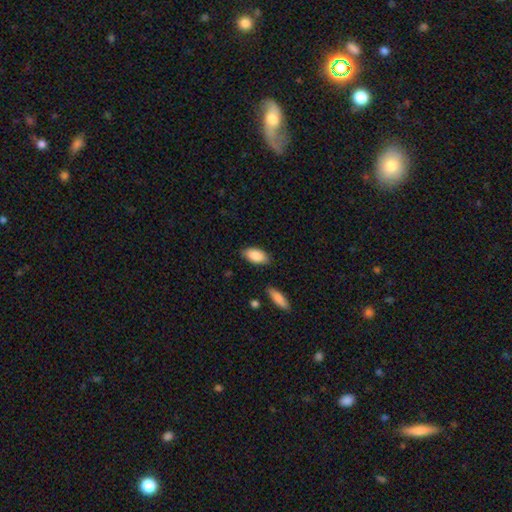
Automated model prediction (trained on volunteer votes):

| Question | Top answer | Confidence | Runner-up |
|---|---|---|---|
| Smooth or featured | smooth | 87% | featured or disk (7%) |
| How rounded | in between | 93% | cigar-shaped (5%) |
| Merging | none | 84% | minor disturbance (11%) |